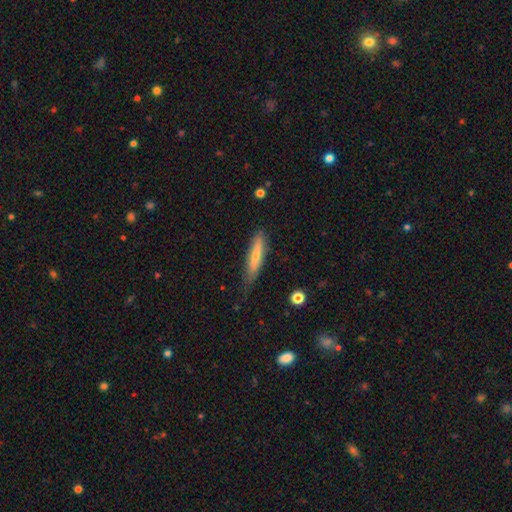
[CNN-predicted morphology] Overall: smooth (63%; featured or disk 31%). How rounded: cigar-shaped (82%). Merging: none (69%).